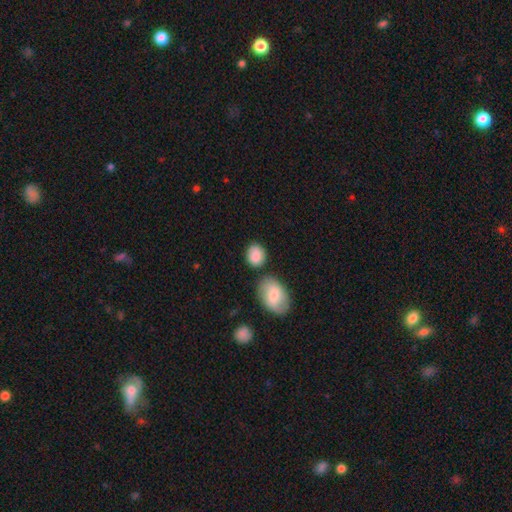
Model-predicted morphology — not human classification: smooth 86%, featured or disk 7%, star or artifact 7%. Down the decision tree: how rounded — round (52%); merging — none (71%).